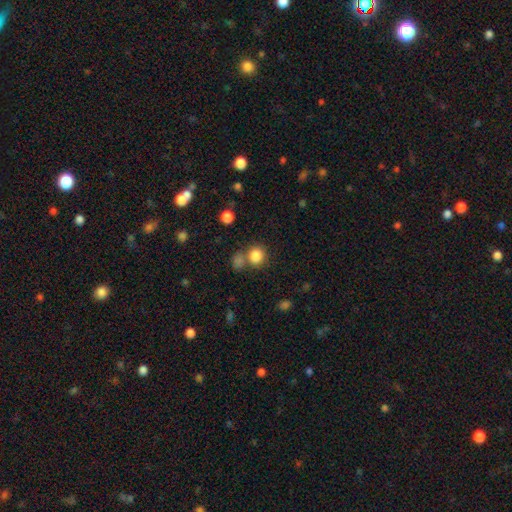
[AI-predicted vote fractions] A smooth galaxy with no disk features (83%) that is round (83%).

Vote fractions:
- Smooth or featured? smooth: 83% / star or artifact: 11% / featured or disk: 5%
- How rounded? round: 83% / in between: 16% / cigar-shaped: 1%
- Merging? none: 63% / merger: 22% / minor disturbance: 10% / major disturbance: 4%